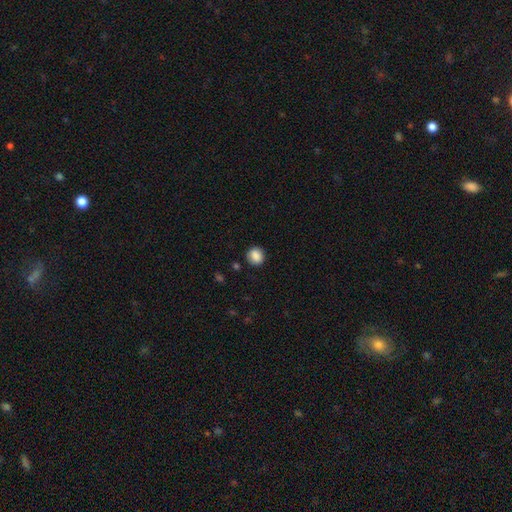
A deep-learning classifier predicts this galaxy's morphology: Smooth or featured?
  - smooth: 87% *
  - star or artifact: 9%
  - featured or disk: 4%
How rounded?
  - round: 82% *
  - in between: 17%
  - cigar-shaped: 1%
Merging?
  - none: 86% *
  - minor disturbance: 10%
  - major disturbance: 3%
  - merger: 2%